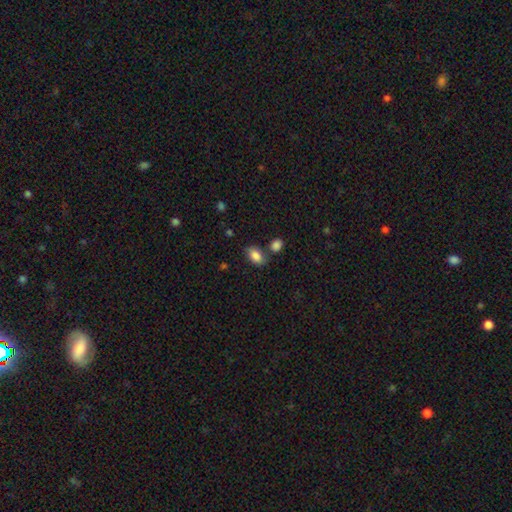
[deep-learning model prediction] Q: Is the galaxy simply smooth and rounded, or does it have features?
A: smooth — 85%.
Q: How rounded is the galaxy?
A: in between — 87%.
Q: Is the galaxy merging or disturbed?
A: none — 69%.